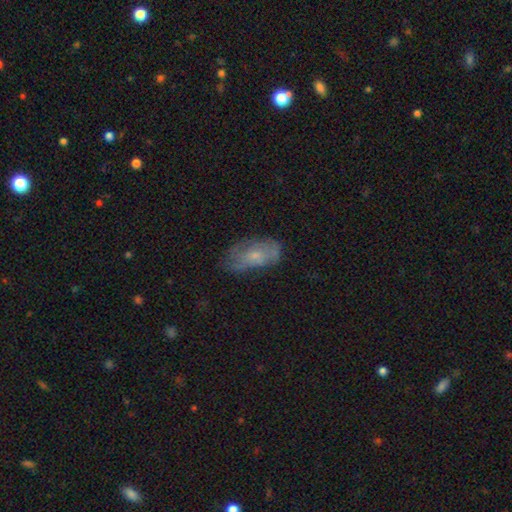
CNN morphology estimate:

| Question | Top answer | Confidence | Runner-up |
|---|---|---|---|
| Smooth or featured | smooth | 52% | featured or disk (40%) |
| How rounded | in between | 90% | cigar-shaped (6%) |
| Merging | none | 52% | minor disturbance (31%) |